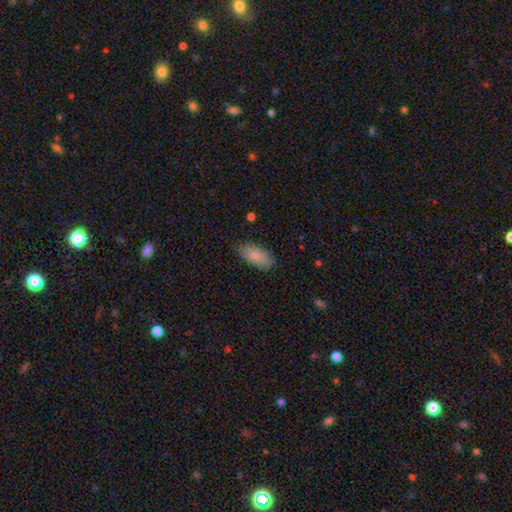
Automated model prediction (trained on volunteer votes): Smooth or featured? Predicted: smooth (p=0.84). How rounded? Predicted: in between (p=0.90). Merging? Predicted: none (p=0.83).